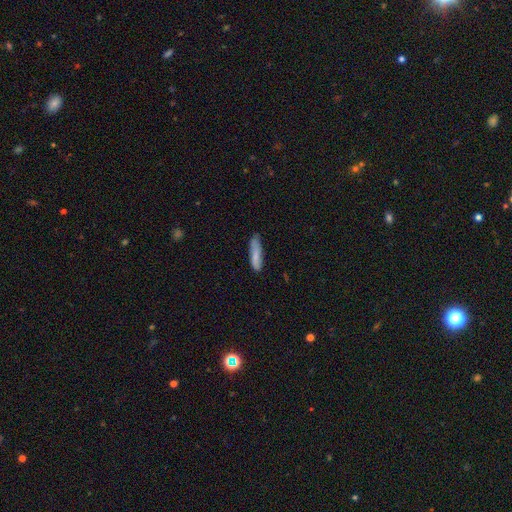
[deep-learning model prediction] smooth 76%, featured or disk 17%, star or artifact 6%. Down the decision tree: how rounded — cigar-shaped (72%); merging — none (70%).